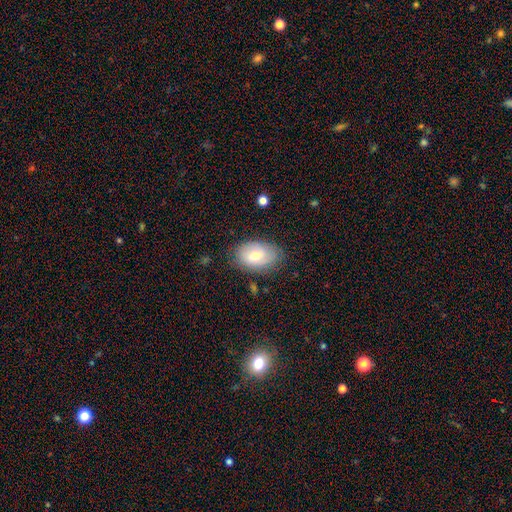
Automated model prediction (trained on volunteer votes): Smooth or featured?
  - smooth: 65% *
  - featured or disk: 28%
  - star or artifact: 7%
How rounded?
  - in between: 89% *
  - round: 10%
  - cigar-shaped: 1%
Merging?
  - none: 78% *
  - minor disturbance: 17%
  - major disturbance: 4%
  - merger: 1%